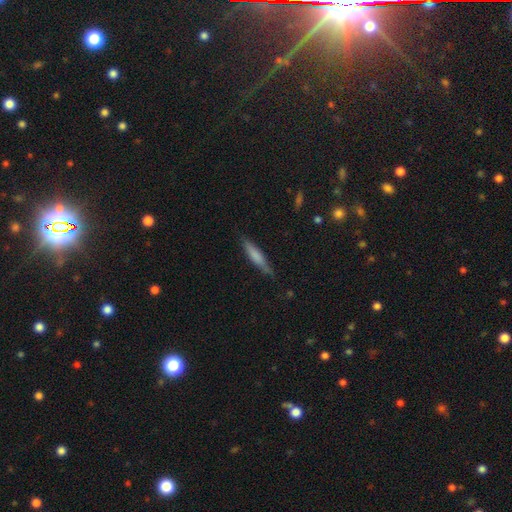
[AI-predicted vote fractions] Q: Smooth or featured?
A: smooth (67%); runner-up: featured or disk (27%)
Q: How rounded?
A: cigar-shaped (85%); runner-up: in between (13%)
Q: Merging?
A: none (77%); runner-up: minor disturbance (19%)